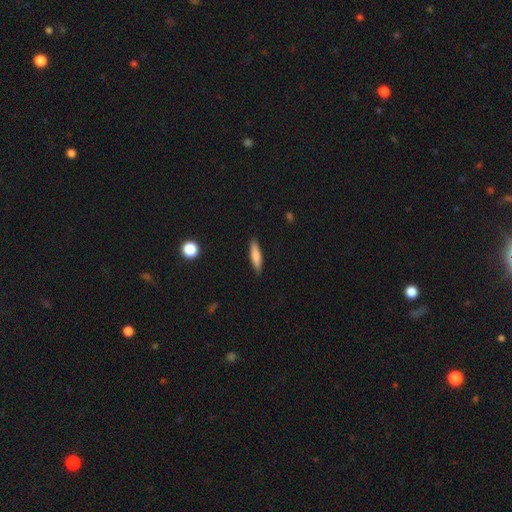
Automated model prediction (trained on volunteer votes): This is likely a smooth galaxy (75%). How rounded: likely cigar-shaped (76%). Merging: clearly none (89%).